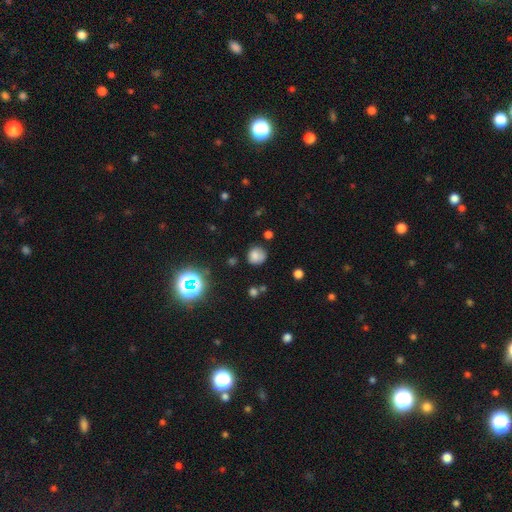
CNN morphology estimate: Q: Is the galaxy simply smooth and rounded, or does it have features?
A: smooth — 72%.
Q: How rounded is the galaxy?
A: round — 84%.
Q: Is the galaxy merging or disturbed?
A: none — 72%.